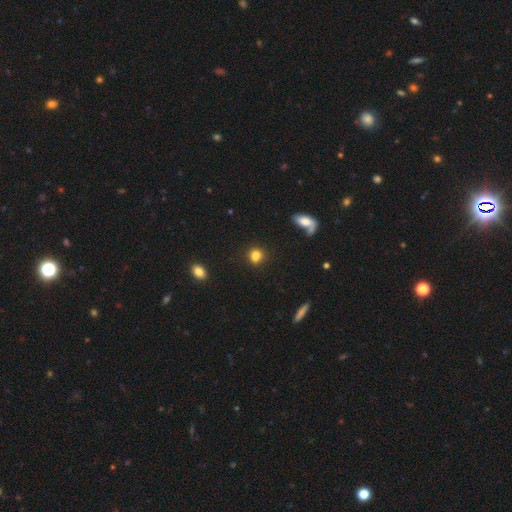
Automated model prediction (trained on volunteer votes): A smooth galaxy with no disk features (82%) that is round (63%). Merging: none (73%).